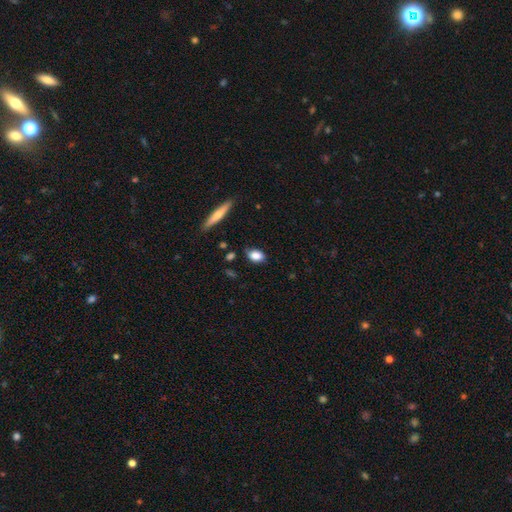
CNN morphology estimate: This is clearly a smooth galaxy (83%). How rounded: clearly in between (81%). Merging: likely none (79%).